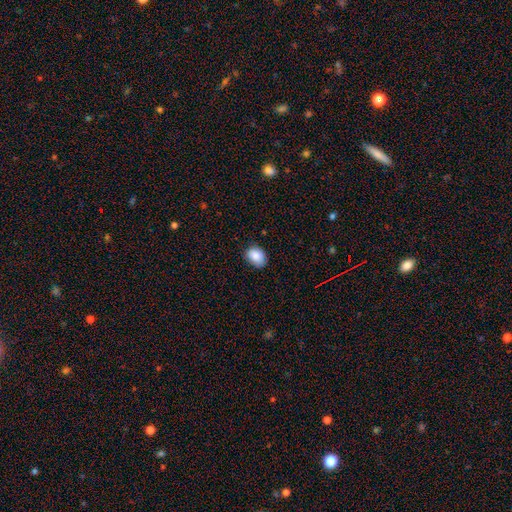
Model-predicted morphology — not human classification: This appears to be a smooth galaxy with no disk features (87%) that is in between round and cigar-shaped (66%). Merging: none (78%).